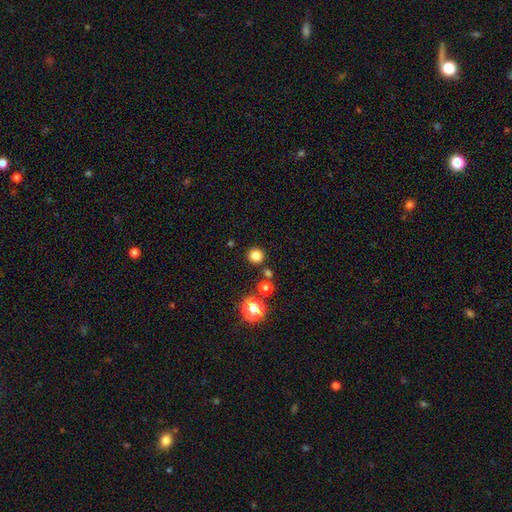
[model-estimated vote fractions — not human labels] Morphology: type=smooth (81%); roundness=round (94%); merging=none (88%).